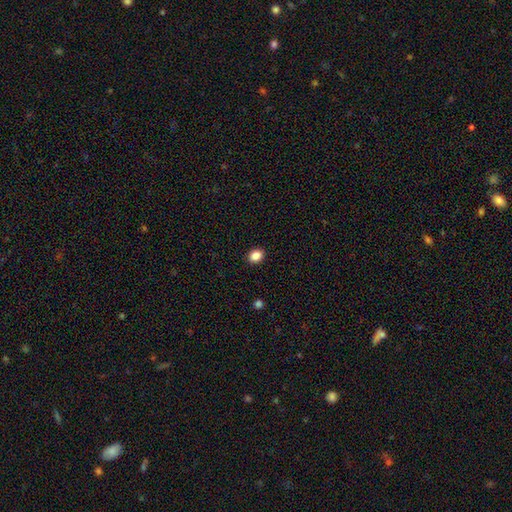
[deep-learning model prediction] smooth 87%, star or artifact 10%, featured or disk 3%. Down the decision tree: how rounded — in between (52%); merging — none (91%).